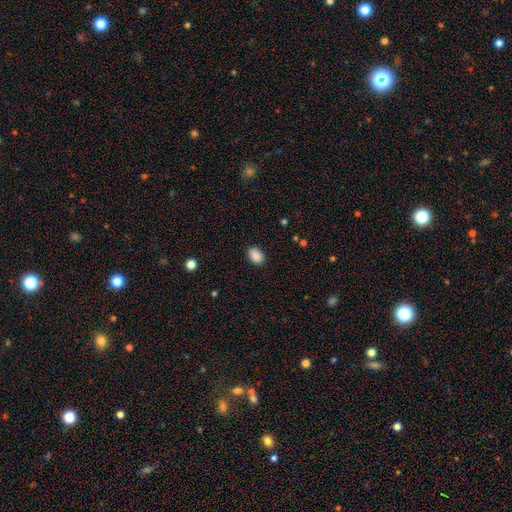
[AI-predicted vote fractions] A smooth galaxy with no disk features (89%) that is in between round and cigar-shaped (84%). Merging: none (87%).